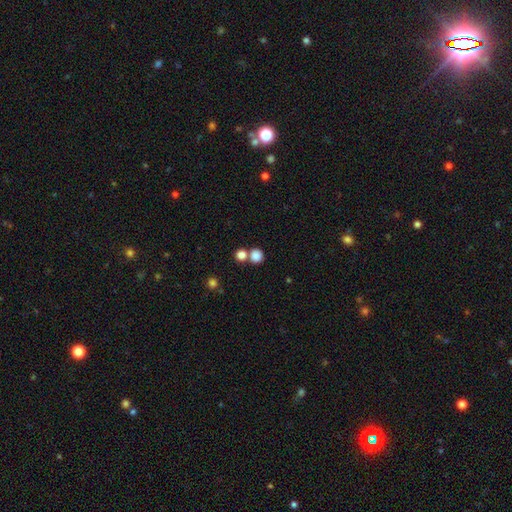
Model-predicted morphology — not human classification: smooth 84%, star or artifact 11%, featured or disk 5%. Down the decision tree: how rounded — round (87%); merging — none (58%).